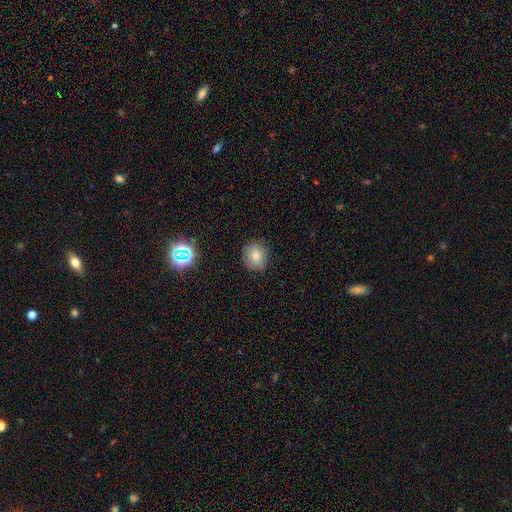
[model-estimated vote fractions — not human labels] Morphology: type=smooth (77%); roundness=round (80%); merging=none (82%).